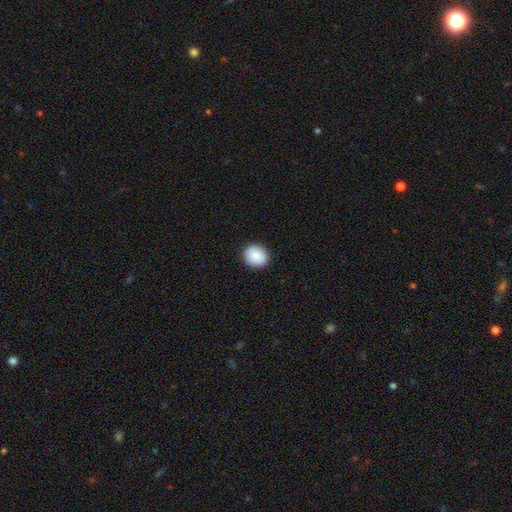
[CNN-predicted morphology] Smooth or featured: smooth — 88% (star or artifact — 7%)
How rounded: round — 76% (in between — 23%)
Merging: none — 91% (minor disturbance — 7%)